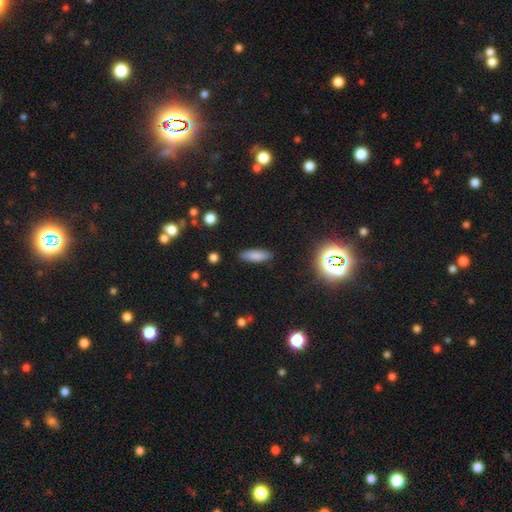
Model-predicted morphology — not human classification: Smooth or featured: smooth — 82% (star or artifact — 10%)
How rounded: in between — 58% (cigar-shaped — 40%)
Merging: none — 87% (minor disturbance — 10%)